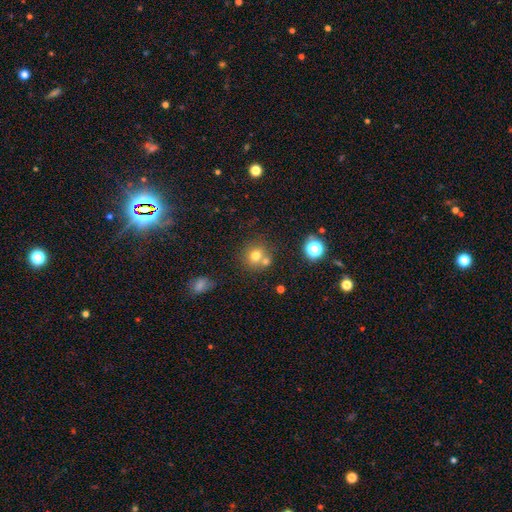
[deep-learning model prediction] smooth-or-featured: smooth: 72% | star or artifact: 16% | featured or disk: 13%
  how-rounded: round: 85% | in between: 14% | cigar-shaped: 1%
  merging: none: 57% | merger: 31% | minor disturbance: 9% | major disturbance: 3%